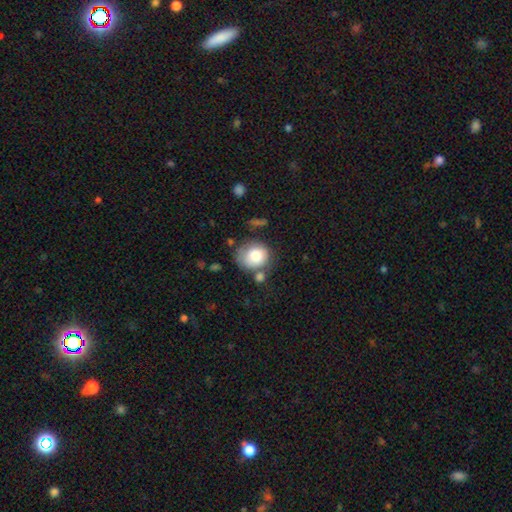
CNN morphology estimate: This is likely a smooth galaxy (80%). How rounded: likely round (76%). Merging: possibly none (53%).